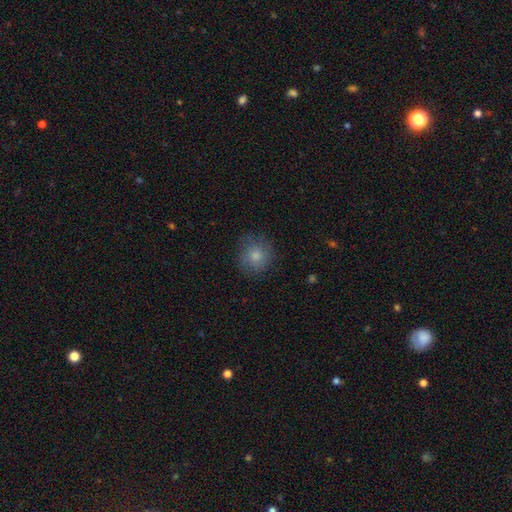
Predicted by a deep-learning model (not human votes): Q: Smooth or featured?
A: smooth (80%); runner-up: featured or disk (10%)
Q: How rounded?
A: round (90%); runner-up: in between (9%)
Q: Merging?
A: none (81%); runner-up: minor disturbance (14%)